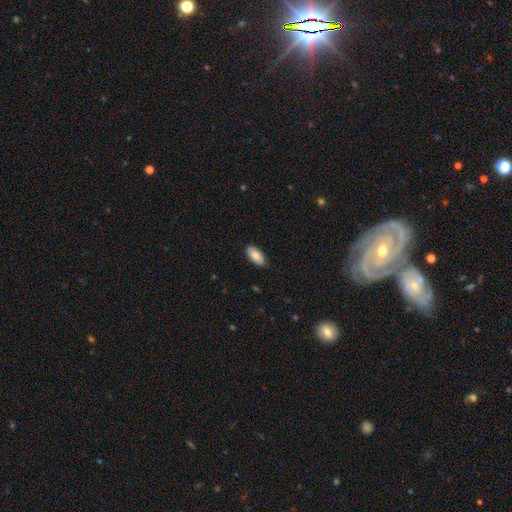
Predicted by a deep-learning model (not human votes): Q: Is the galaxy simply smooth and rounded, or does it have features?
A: smooth — 87%.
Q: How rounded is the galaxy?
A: in between — 93%.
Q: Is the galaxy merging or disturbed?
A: none — 84%.